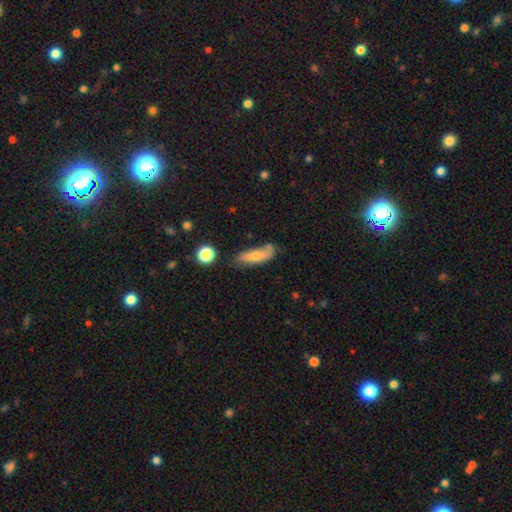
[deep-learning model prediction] Smooth or featured: smooth — 64% (featured or disk — 28%)
How rounded: cigar-shaped — 55% (in between — 43%)
Merging: none — 59% (minor disturbance — 26%)